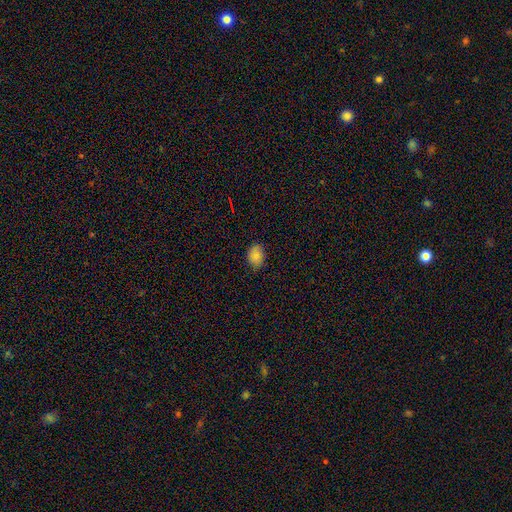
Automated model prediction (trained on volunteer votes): Smooth or featured?
  - smooth: 84% *
  - star or artifact: 10%
  - featured or disk: 6%
How rounded?
  - in between: 66% *
  - round: 33%
  - cigar-shaped: 1%
Merging?
  - none: 81% *
  - minor disturbance: 16%
  - major disturbance: 3%
  - merger: 1%